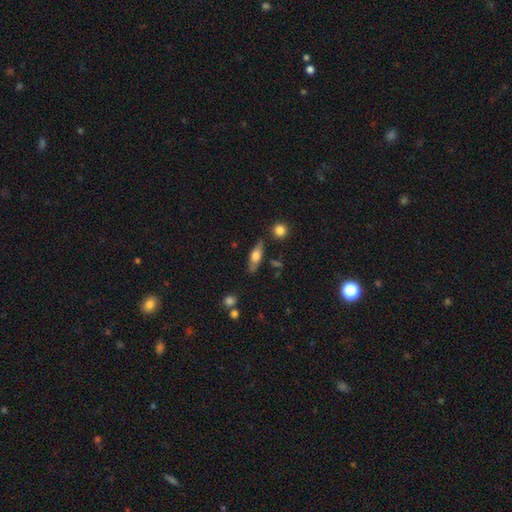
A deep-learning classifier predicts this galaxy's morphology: smooth 57%, featured or disk 36%, star or artifact 7%. Down the decision tree: how rounded — in between (62%); merging — none (77%).